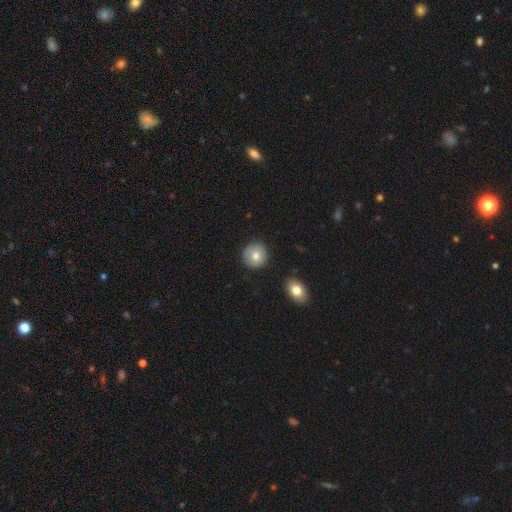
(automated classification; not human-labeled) This is likely a smooth galaxy (78%). How rounded: clearly round (91%). Merging: clearly none (85%).